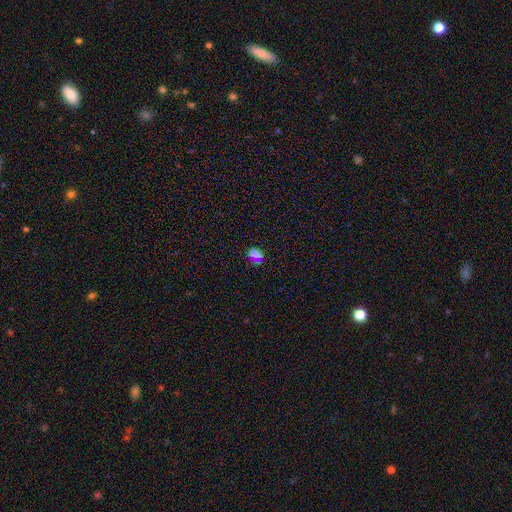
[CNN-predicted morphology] Smooth or featured: smooth — 63% (star or artifact — 30%)
How rounded: in between — 50% (round — 44%)
Merging: none — 73% (minor disturbance — 14%)